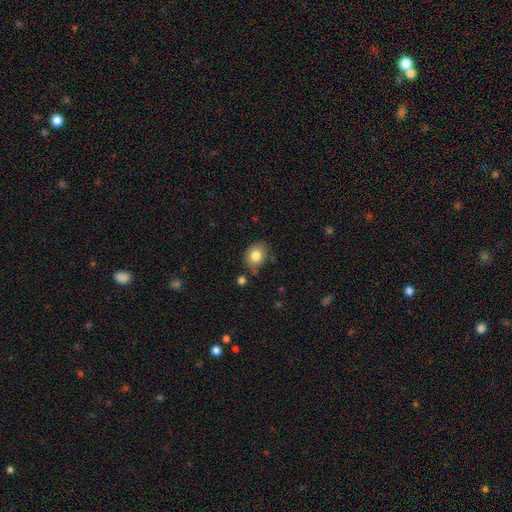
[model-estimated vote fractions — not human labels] A smooth galaxy with no disk features (82%) that is in between round and cigar-shaped (50%).

Vote fractions:
- Smooth or featured? smooth: 82% / featured or disk: 9% / star or artifact: 9%
- How rounded? in between: 50% / round: 49% / cigar-shaped: 1%
- Merging? none: 71% / minor disturbance: 21% / major disturbance: 4% / merger: 4%